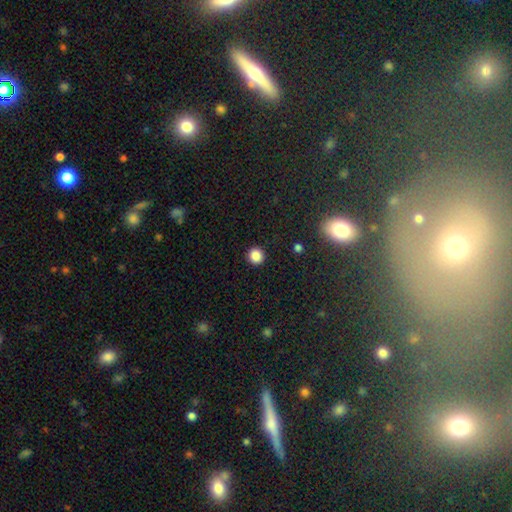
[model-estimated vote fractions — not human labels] Morphology: type=smooth (85%); roundness=round (93%); merging=none (92%).